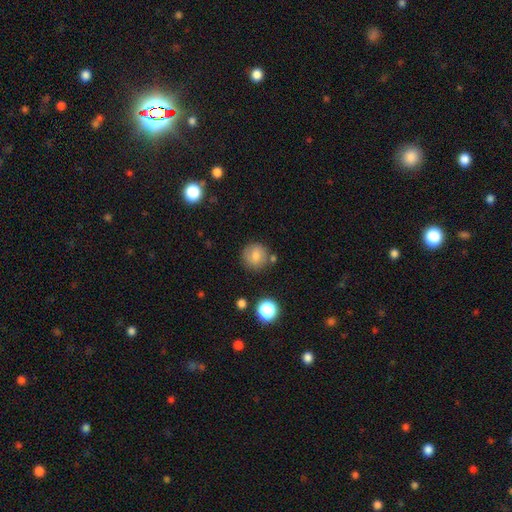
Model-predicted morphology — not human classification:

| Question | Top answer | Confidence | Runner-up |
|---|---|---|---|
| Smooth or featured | smooth | 74% | featured or disk (15%) |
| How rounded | round | 90% | in between (9%) |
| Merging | none | 78% | minor disturbance (12%) |